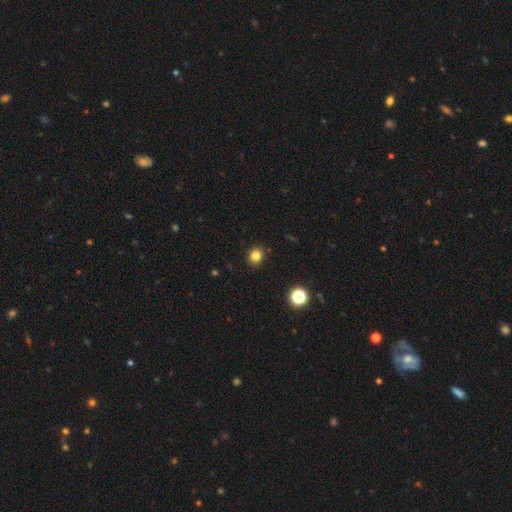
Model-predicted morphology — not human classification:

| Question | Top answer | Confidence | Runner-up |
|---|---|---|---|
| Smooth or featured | smooth | 81% | star or artifact (13%) |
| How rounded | round | 79% | in between (20%) |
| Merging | none | 91% | minor disturbance (6%) |